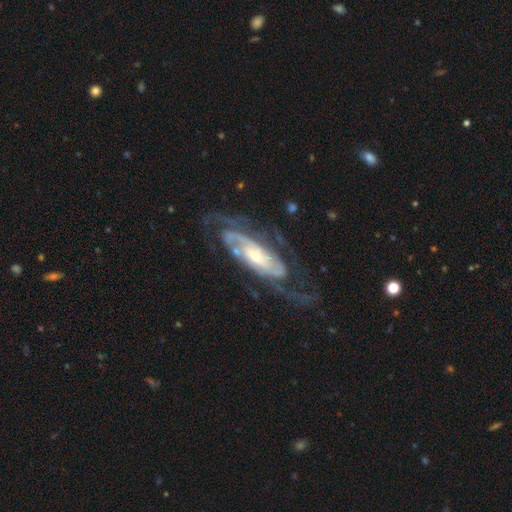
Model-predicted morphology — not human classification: type=featured or disk (88%); edge-on=no (89%); bar=no (54%); spiral arms=yes (95%); winding=tight (48%); arm count=2 (54%); bulge=small (46%); merging=none (62%).